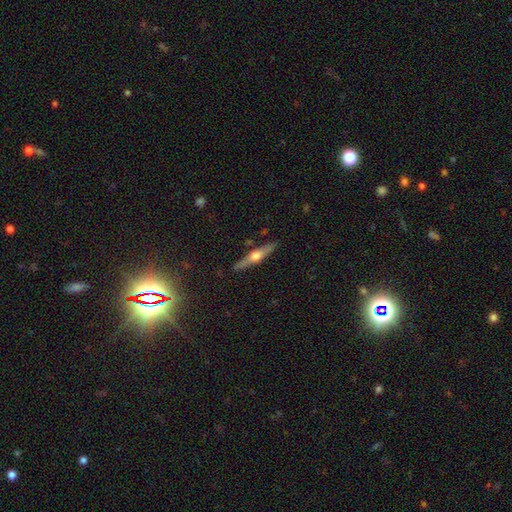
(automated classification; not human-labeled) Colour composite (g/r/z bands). It shows a featured or disk galaxy (69%) viewed edge-on (97%) with a rounded central bulge (93%). Merging: none (89%).